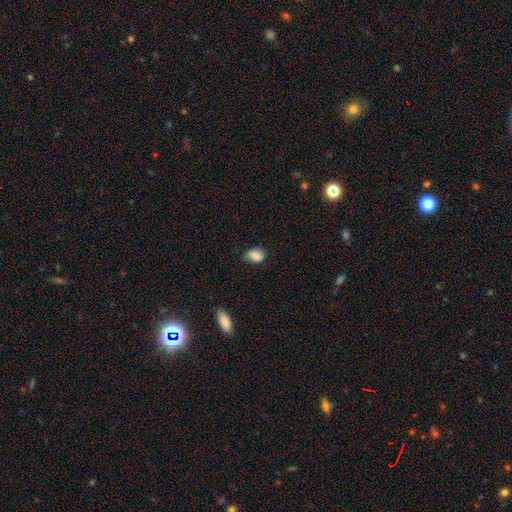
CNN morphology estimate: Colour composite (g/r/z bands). It shows a smooth galaxy with no disk features (86%) that is in between round and cigar-shaped (79%). Merging: none (67%).